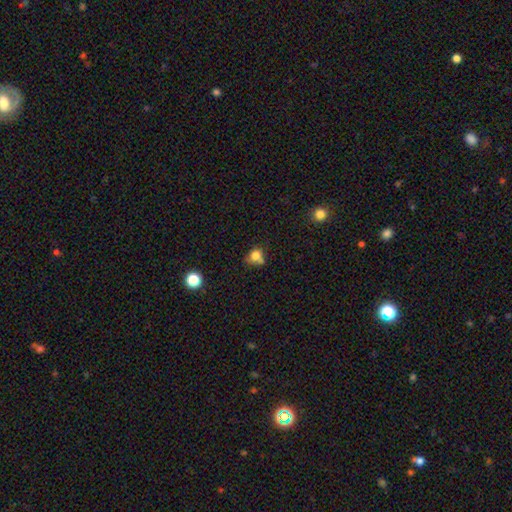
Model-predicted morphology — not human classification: smooth 75%, star or artifact 13%, featured or disk 12%. Down the decision tree: how rounded — round (69%); merging — none (45%).